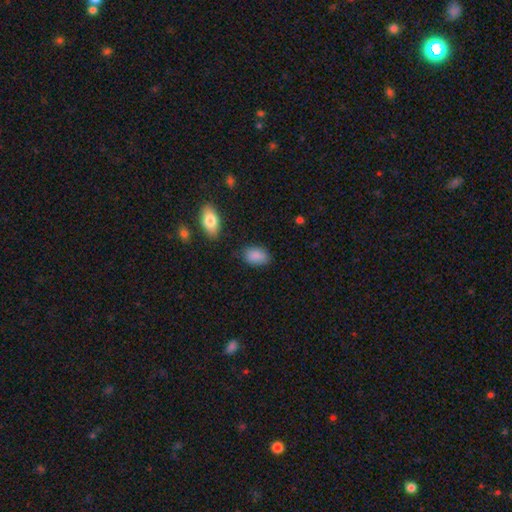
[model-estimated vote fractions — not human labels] Morphology: type=smooth (88%); roundness=in between (90%); merging=none (74%).